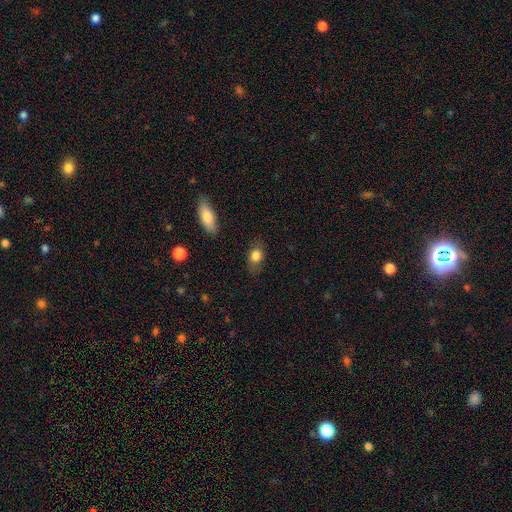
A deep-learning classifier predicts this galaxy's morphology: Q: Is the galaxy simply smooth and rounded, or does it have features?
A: smooth — 80%.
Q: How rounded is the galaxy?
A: in between — 74%.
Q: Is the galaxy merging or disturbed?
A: none — 74%.